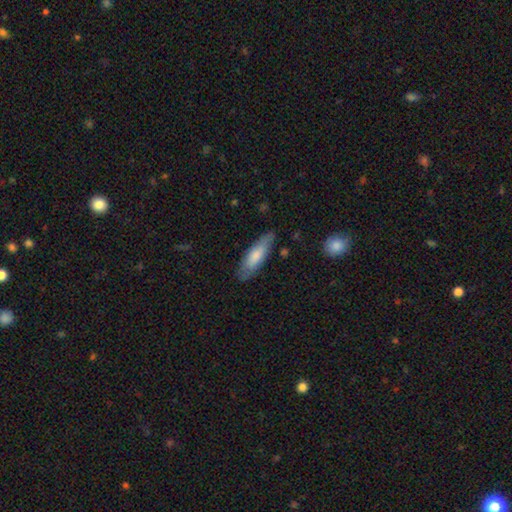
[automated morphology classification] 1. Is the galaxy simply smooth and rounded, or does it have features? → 72% smooth, 22% featured or disk, 5% star or artifact.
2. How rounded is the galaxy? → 55% cigar-shaped, 43% in between, 2% round.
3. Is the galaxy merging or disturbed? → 78% none, 17% minor disturbance, 3% major disturbance, 2% merger.